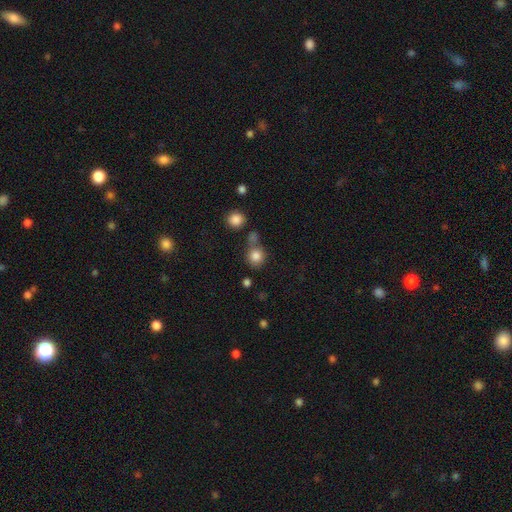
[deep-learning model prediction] Smooth or featured: smooth — 83% (star or artifact — 11%)
How rounded: round — 84% (in between — 15%)
Merging: none — 61% (merger — 22%)